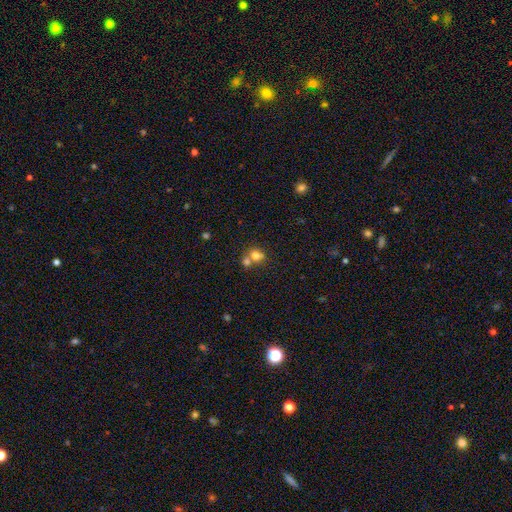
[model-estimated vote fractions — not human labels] Smooth or featured? Predicted: smooth (p=0.72). How rounded? Predicted: round (p=0.63). Merging? Predicted: merger (p=0.53).